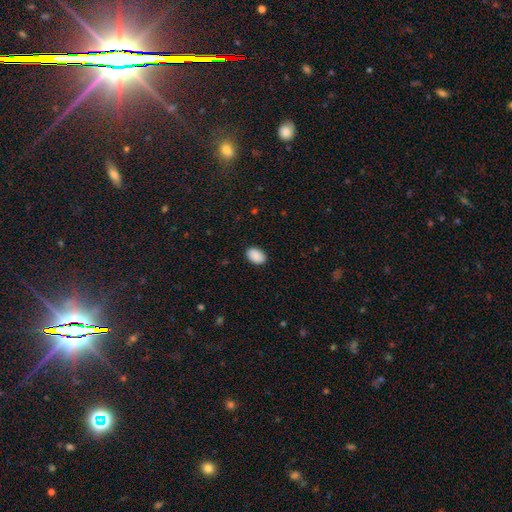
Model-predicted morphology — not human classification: A smooth galaxy with no disk features (90%) that is in between round and cigar-shaped (87%). Merging: none (89%).